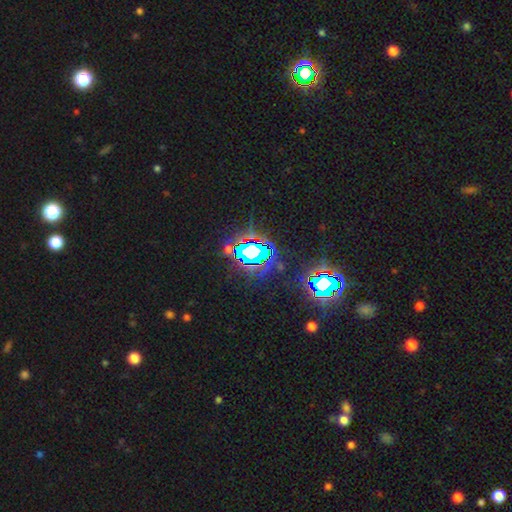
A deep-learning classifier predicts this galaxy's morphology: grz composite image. It shows a star or artifact, not a galaxy (71%).